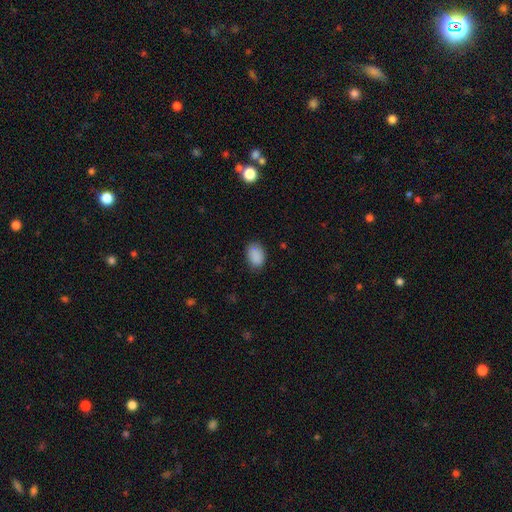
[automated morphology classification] Smooth or featured: smooth — 89% (star or artifact — 8%)
How rounded: in between — 84% (round — 15%)
Merging: none — 81% (minor disturbance — 15%)